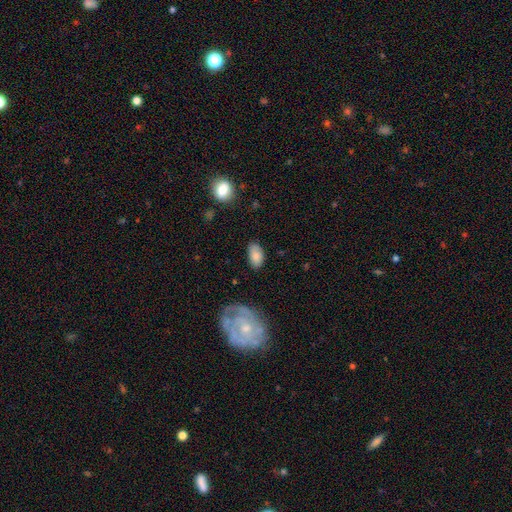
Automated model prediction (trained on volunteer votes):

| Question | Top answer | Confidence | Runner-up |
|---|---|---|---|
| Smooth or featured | smooth | 78% | featured or disk (15%) |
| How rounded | in between | 93% | round (4%) |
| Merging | none | 76% | minor disturbance (17%) |